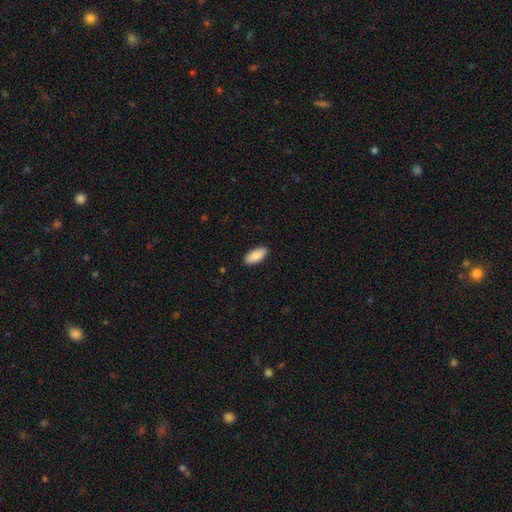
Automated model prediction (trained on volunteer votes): smooth 89%, star or artifact 6%, featured or disk 5%. Down the decision tree: how rounded — in between (90%); merging — none (89%).